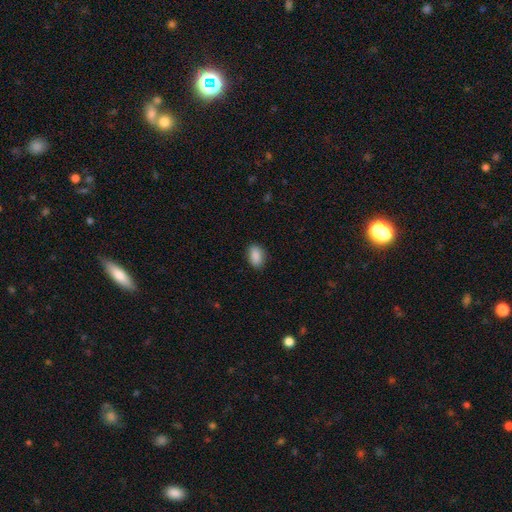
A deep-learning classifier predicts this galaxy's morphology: Overall: smooth (89%). How rounded: in between (87%). Merging: none (85%).